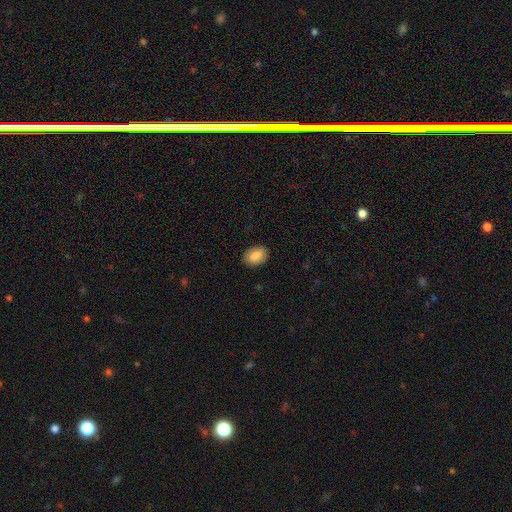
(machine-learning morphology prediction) A smooth galaxy with no disk features (84%) that is in between round and cigar-shaped (83%). Merging: none (88%).